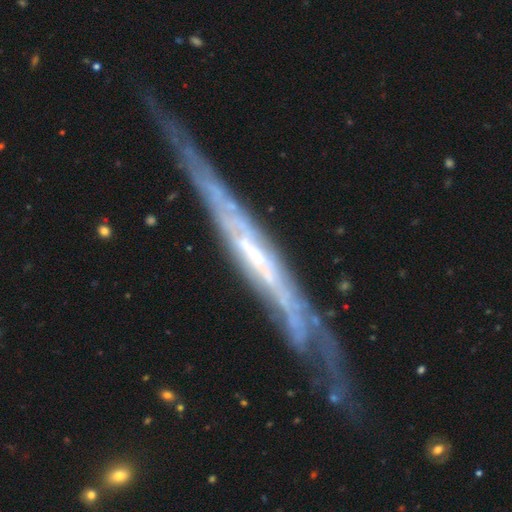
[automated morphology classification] Smooth or featured? featured or disk (85%)
Edge-on disk? yes (75%)
Edge-on bulge? none (66%)
Merging? none (70%)